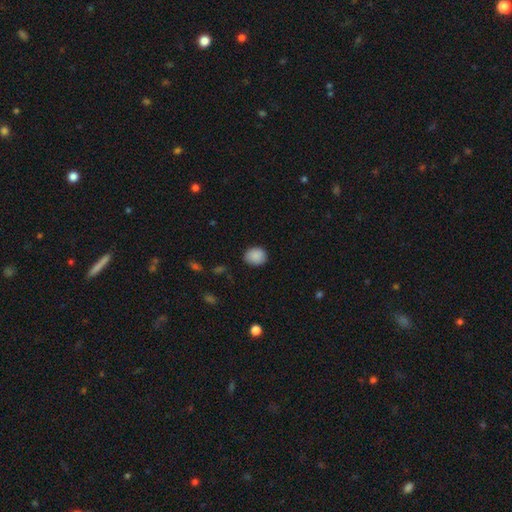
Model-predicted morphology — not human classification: This is clearly a smooth galaxy (88%). How rounded: likely round (63%). Merging: clearly none (83%).